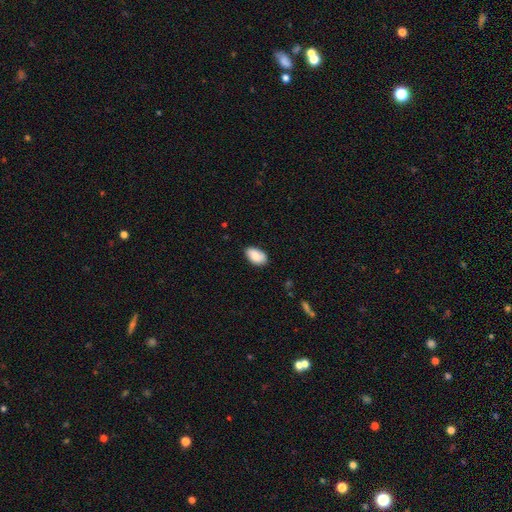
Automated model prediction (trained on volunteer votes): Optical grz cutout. It shows a smooth galaxy with no disk features (81%) that is in between round and cigar-shaped (93%). Merging: none (78%).